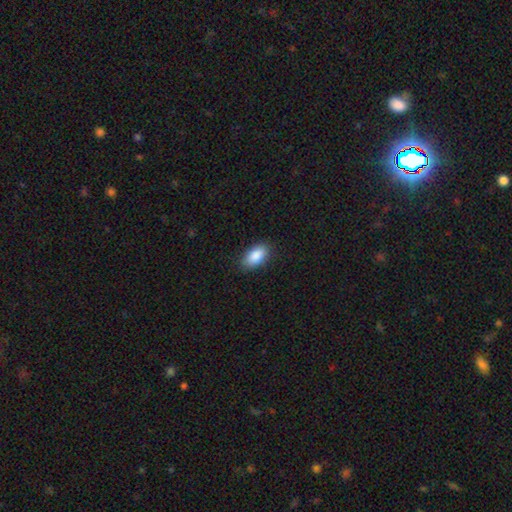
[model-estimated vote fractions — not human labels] smooth 89%, star or artifact 7%, featured or disk 5%. Down the decision tree: how rounded — in between (93%); merging — none (86%).